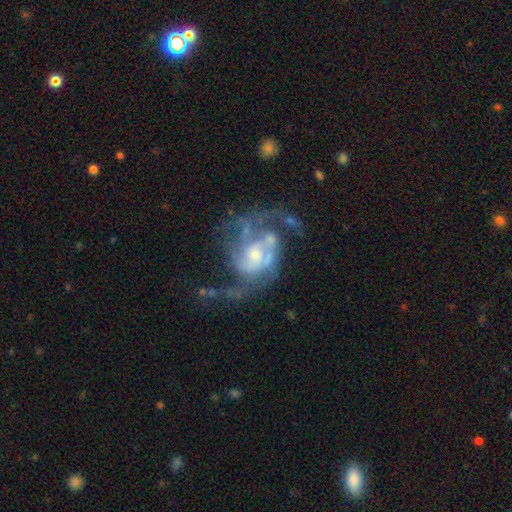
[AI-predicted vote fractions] A featured or disk galaxy (81%) with no bar (69%), 2 (42%) medium (44%) spiral arms (82%) and a small central bulge (55%). Merging: major disturbance (39%).